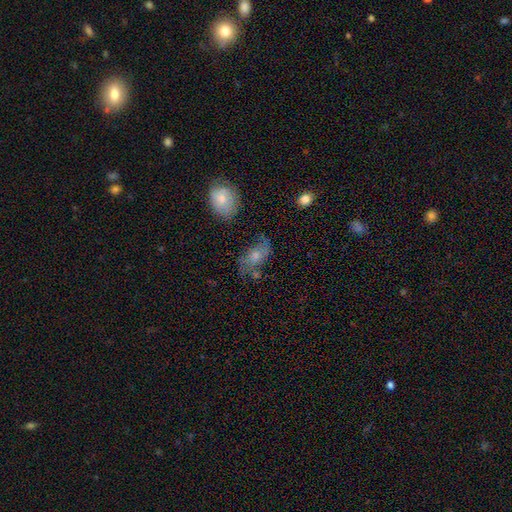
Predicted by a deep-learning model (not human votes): Overall: smooth (46%; featured or disk 43%). Merging: none (49%; minor disturbance 26%).